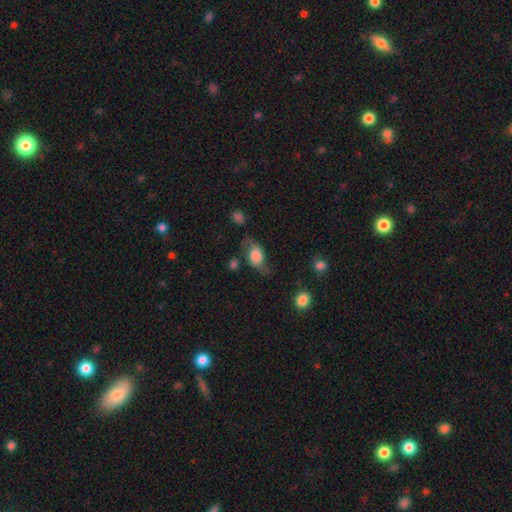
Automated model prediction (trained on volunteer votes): A smooth galaxy with no disk features (49%).

Vote fractions:
- Smooth or featured? smooth: 49% / featured or disk: 42% / star or artifact: 9%
- Merging? none: 52% / minor disturbance: 26% / major disturbance: 18% / merger: 4%